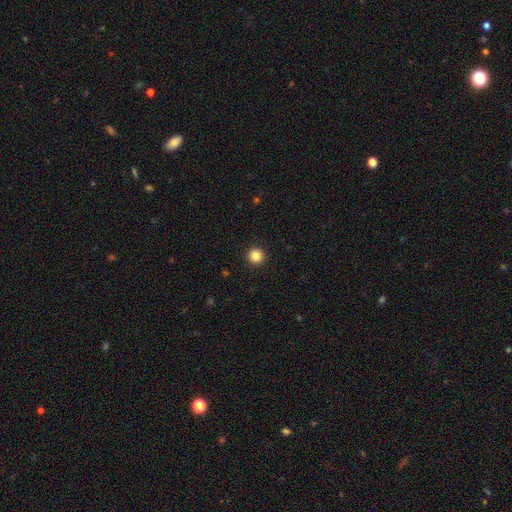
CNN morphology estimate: The model was most divided on "smooth or featured": smooth: 85%, star or artifact: 11%, featured or disk: 4%. More confident: how rounded — round (96%); merging — none (94%).